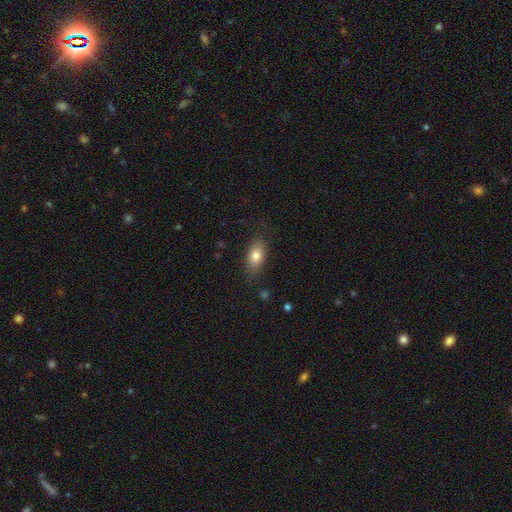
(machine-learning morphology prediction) smooth_or_featured: smooth (p=0.79) [alt: featured or disk p=0.13]
how_rounded: in between (p=0.84) [alt: cigar-shaped p=0.09]
merging: none (p=0.79) [alt: minor disturbance p=0.15]